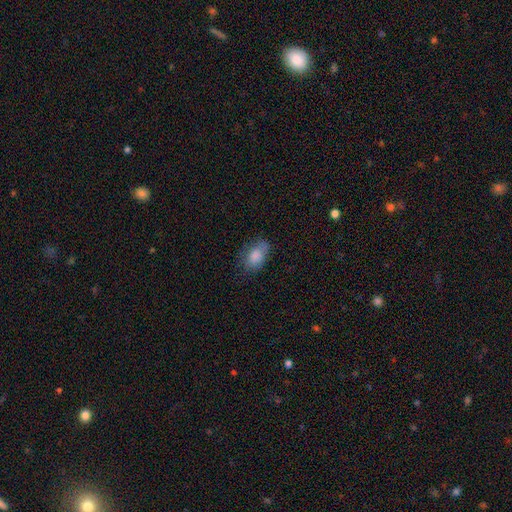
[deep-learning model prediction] This appears to be a smooth galaxy with no disk features (80%) that is in between round and cigar-shaped (86%). Merging: none (57%).